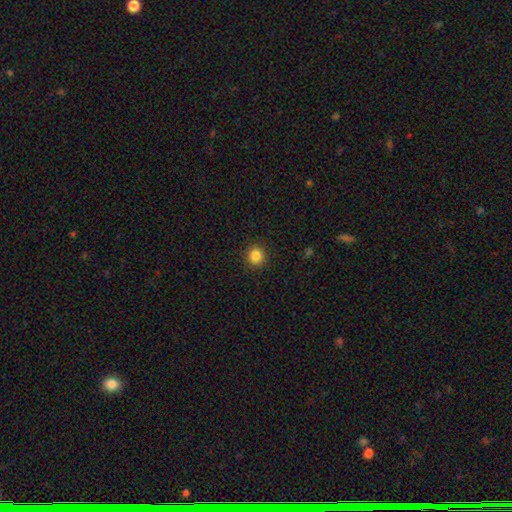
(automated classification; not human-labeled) Smooth or featured? Predicted: smooth (p=0.85). How rounded? Predicted: round (p=0.94). Merging? Predicted: none (p=0.92).